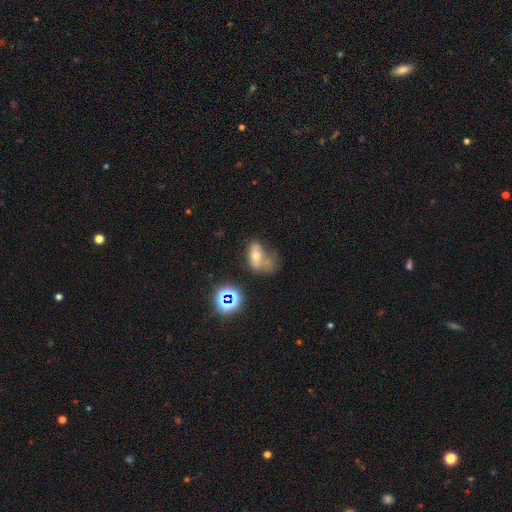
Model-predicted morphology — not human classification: smooth_or_featured: smooth (p=0.55) [alt: featured or disk p=0.27]
how_rounded: in between (p=0.81) [alt: round p=0.14]
merging: major disturbance (p=0.29) [alt: none p=0.25]